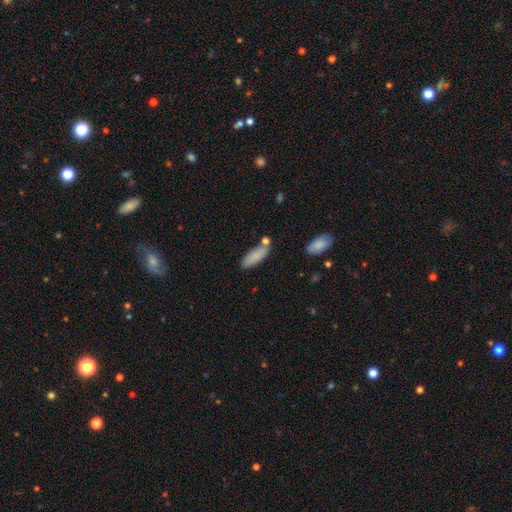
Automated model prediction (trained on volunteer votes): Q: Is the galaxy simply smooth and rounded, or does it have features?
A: smooth — 85%.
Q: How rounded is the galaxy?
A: in between — 66%.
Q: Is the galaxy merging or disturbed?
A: none — 70%.